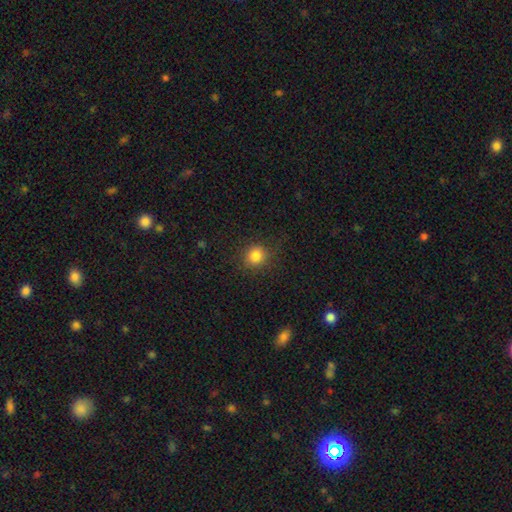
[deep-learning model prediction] The model was most divided on "smooth or featured": smooth: 82%, star or artifact: 12%, featured or disk: 6%. More confident: how rounded — round (86%); merging — none (85%).